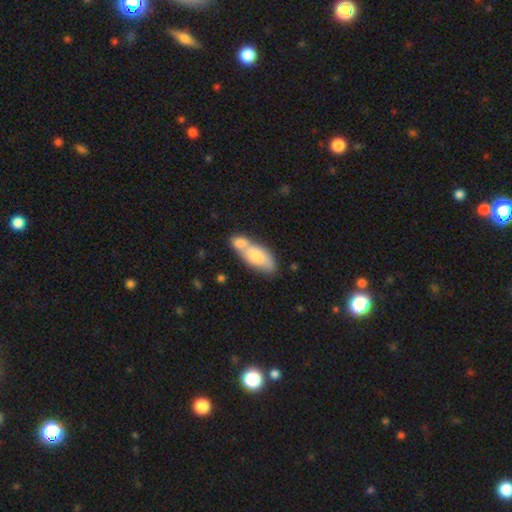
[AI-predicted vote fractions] Q: Smooth or featured?
A: smooth (68%); runner-up: featured or disk (26%)
Q: How rounded?
A: in between (79%); runner-up: cigar-shaped (18%)
Q: Merging?
A: merger (60%); runner-up: none (26%)